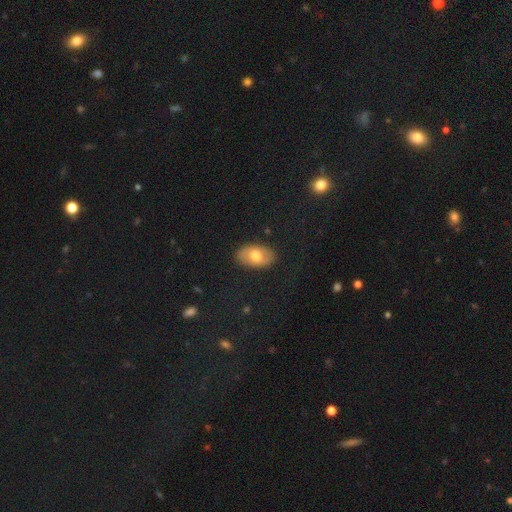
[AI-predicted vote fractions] The model was most divided on "smooth or featured": smooth: 63%, featured or disk: 29%, star or artifact: 8%. More confident: how rounded — in between (91%); merging — none (86%).